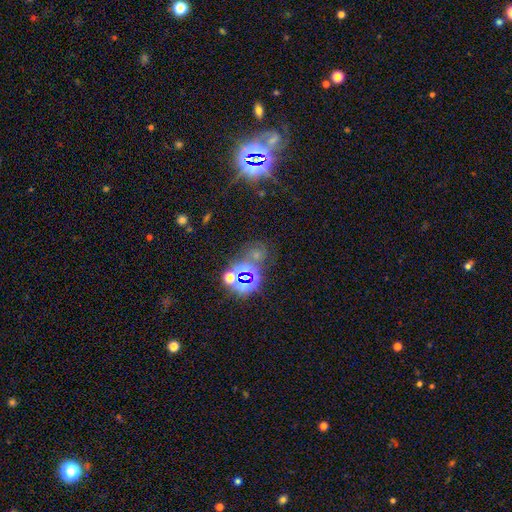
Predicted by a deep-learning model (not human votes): This appears to be a star or artifact, not a galaxy (61%).